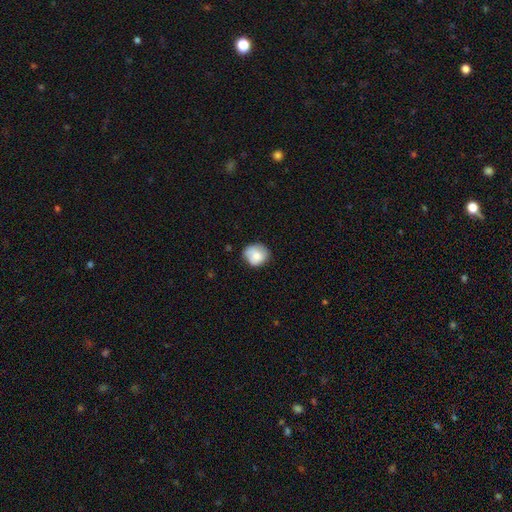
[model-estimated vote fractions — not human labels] This is likely a smooth galaxy (75%). How rounded: likely round (76%). Merging: likely none (62%).